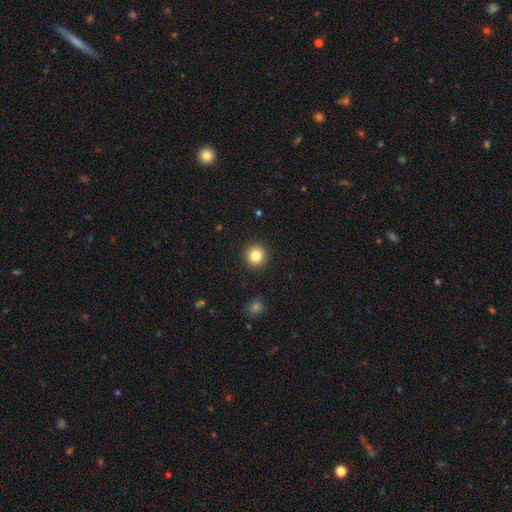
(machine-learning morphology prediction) This is clearly a smooth galaxy (83%). How rounded: clearly round (95%). Merging: clearly none (92%).